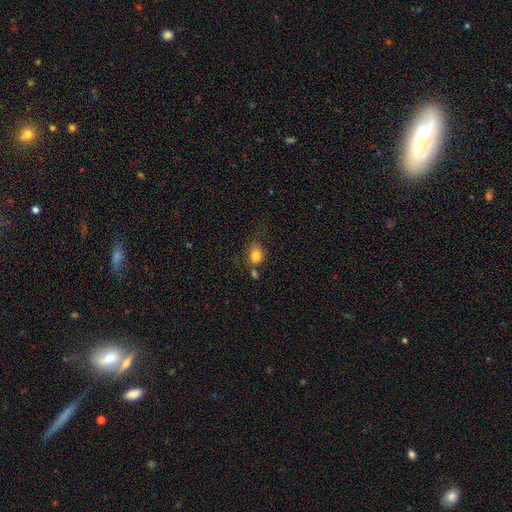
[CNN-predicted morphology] Smooth or featured: smooth — 82% (star or artifact — 11%)
How rounded: in between — 50% (round — 49%)
Merging: none — 55% (minor disturbance — 22%)